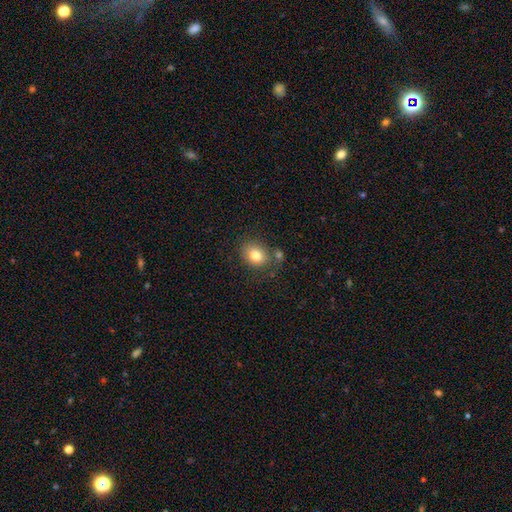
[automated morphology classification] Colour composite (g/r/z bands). It shows a smooth galaxy with no disk features (80%) that is round (51%). Merging: none (69%).